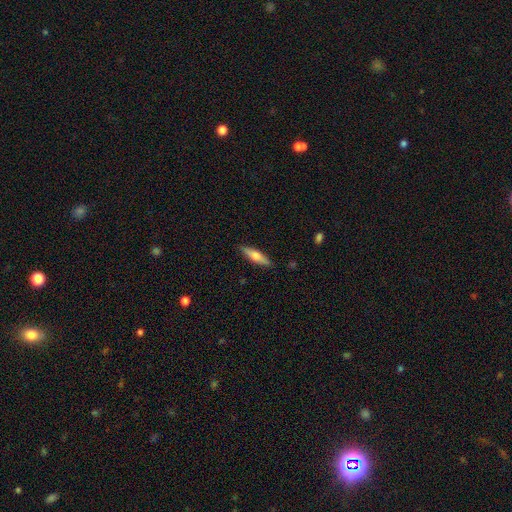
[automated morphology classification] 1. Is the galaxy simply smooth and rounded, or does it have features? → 56% smooth, 38% featured or disk, 6% star or artifact.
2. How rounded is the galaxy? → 71% cigar-shaped, 27% in between, 2% round.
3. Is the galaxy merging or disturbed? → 88% none, 9% minor disturbance, 2% major disturbance, 1% merger.